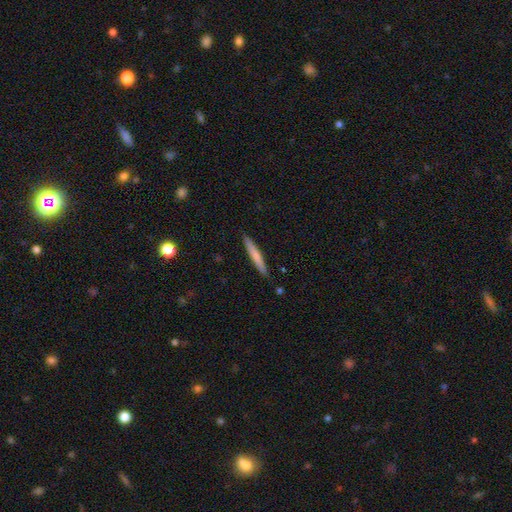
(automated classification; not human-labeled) A smooth galaxy with no disk features (68%) that is cigar-shaped (96%).

Vote fractions:
- Smooth or featured? smooth: 68% / featured or disk: 27% / star or artifact: 5%
- How rounded? cigar-shaped: 96% / in between: 3% / round: 1%
- Merging? none: 89% / minor disturbance: 8% / major disturbance: 1% / merger: 1%